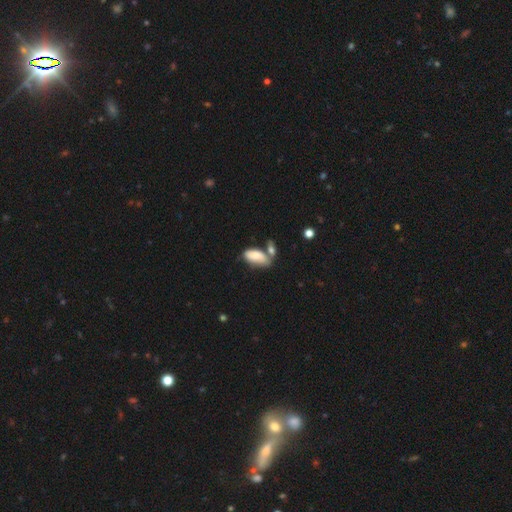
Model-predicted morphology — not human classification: The model was most divided on "merging": none: 38%, merger: 34%, minor disturbance: 20%, major disturbance: 8%. More confident: how rounded — in between (91%); smooth or featured — smooth (81%).